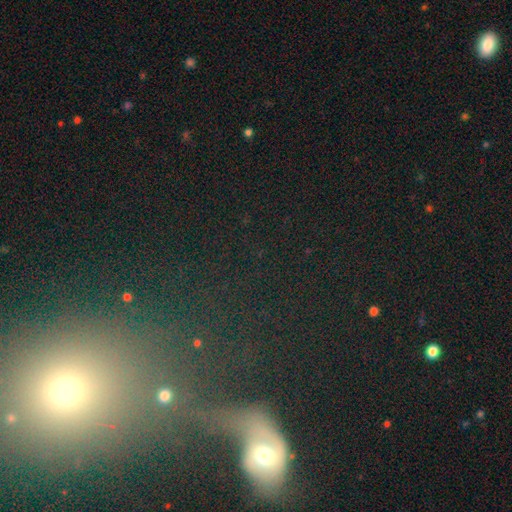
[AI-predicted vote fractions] Smooth or featured? star or artifact (50%)